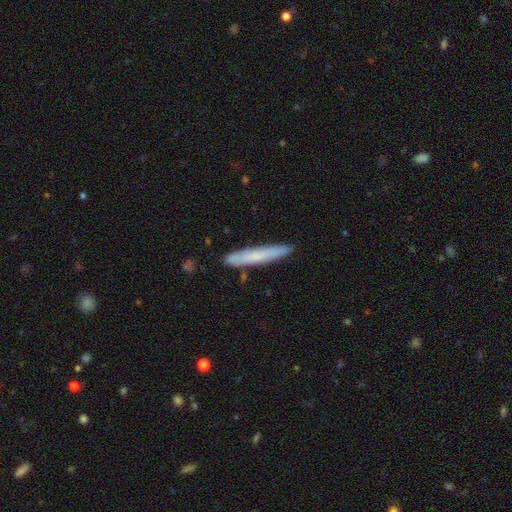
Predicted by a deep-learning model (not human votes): Smooth or featured: smooth — 65% (featured or disk — 28%)
How rounded: cigar-shaped — 95% (in between — 4%)
Merging: none — 87% (minor disturbance — 10%)